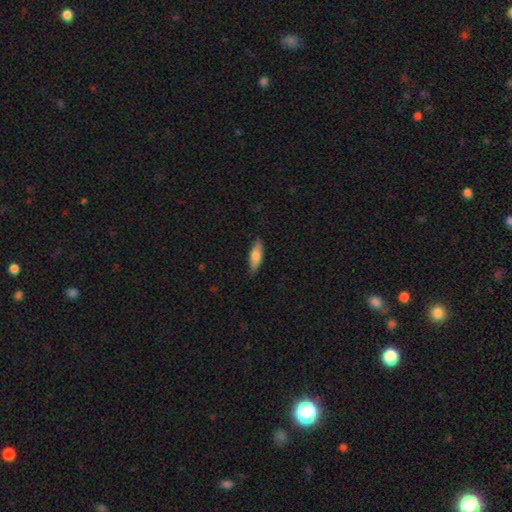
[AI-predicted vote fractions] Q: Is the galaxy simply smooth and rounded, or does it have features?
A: smooth — 75%.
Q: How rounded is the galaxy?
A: in between — 56%.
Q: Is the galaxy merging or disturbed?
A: none — 86%.